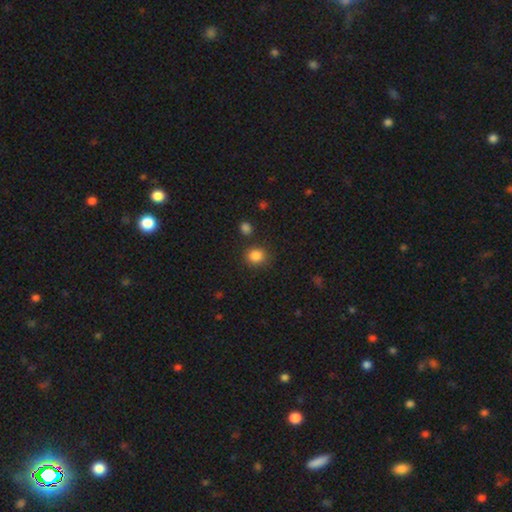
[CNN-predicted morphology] smooth 85%, star or artifact 11%, featured or disk 4%. Down the decision tree: how rounded — round (75%); merging — none (82%).